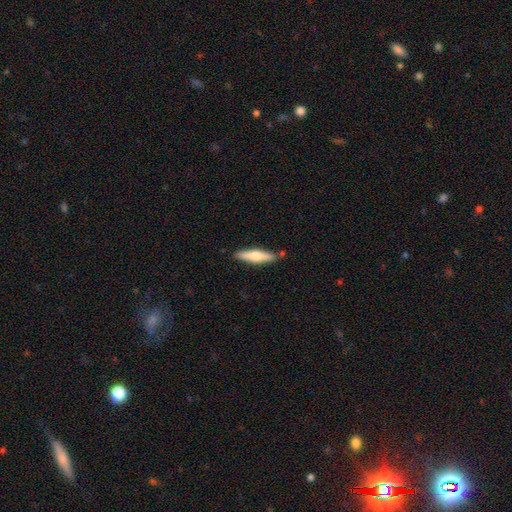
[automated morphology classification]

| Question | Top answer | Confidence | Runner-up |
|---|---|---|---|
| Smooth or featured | smooth | 54% | featured or disk (41%) |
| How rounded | cigar-shaped | 76% | in between (22%) |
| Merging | none | 84% | minor disturbance (11%) |